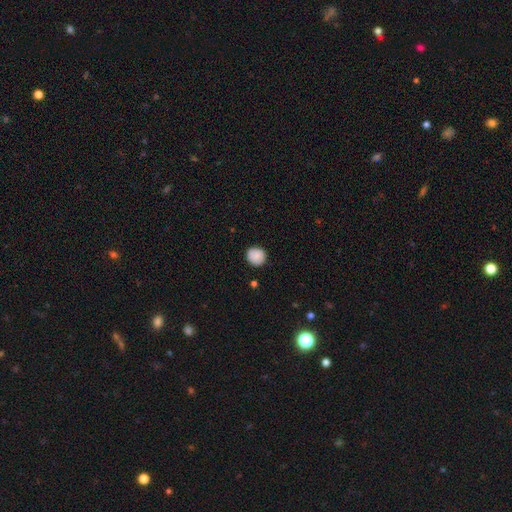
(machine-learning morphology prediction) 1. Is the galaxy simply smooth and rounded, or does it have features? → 86% smooth, 8% star or artifact, 6% featured or disk.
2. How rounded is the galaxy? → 89% round, 10% in between, 1% cigar-shaped.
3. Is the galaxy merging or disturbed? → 86% none, 10% minor disturbance, 2% major disturbance, 1% merger.